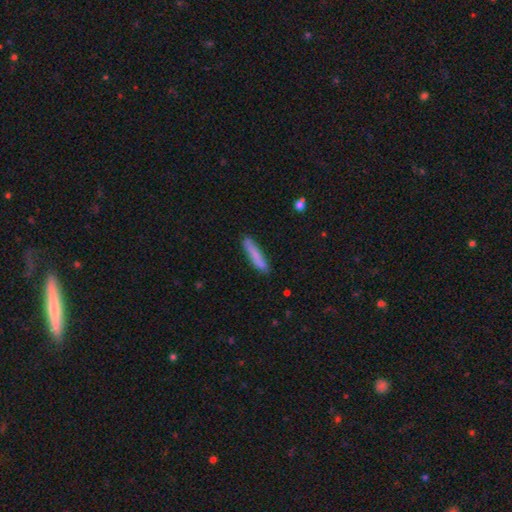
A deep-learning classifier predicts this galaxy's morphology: The model was most divided on "smooth or featured": smooth: 81%, featured or disk: 13%, star or artifact: 6%. More confident: how rounded — cigar-shaped (90%); merging — none (84%).